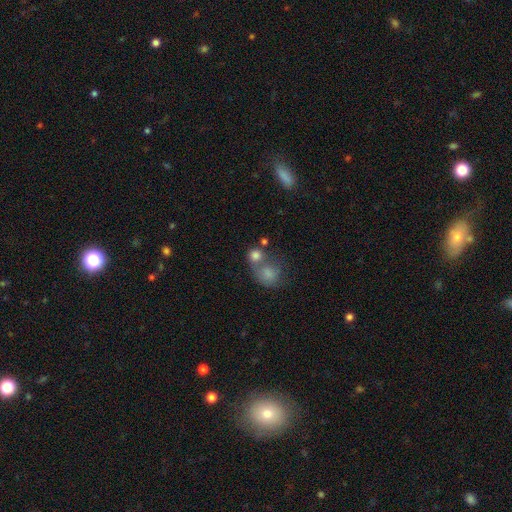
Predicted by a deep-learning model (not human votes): The model was most divided on "merging": merger: 45%, none: 39%, minor disturbance: 10%, major disturbance: 7%. More confident: how rounded — round (80%); smooth or featured — smooth (78%).